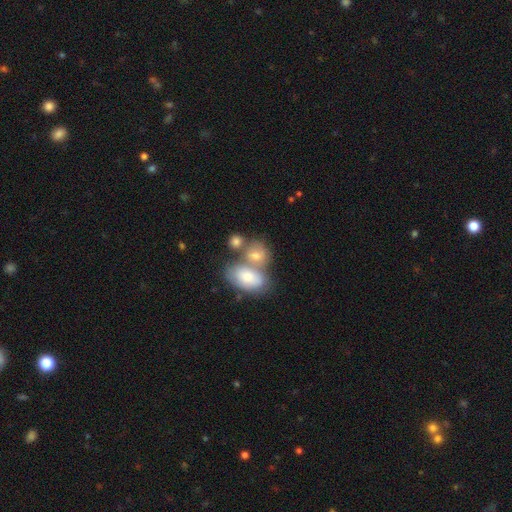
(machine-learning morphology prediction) A smooth galaxy with no disk features (71%) that is in between round and cigar-shaped (73%).

Vote fractions:
- Smooth or featured? smooth: 71% / featured or disk: 21% / star or artifact: 8%
- How rounded? in between: 73% / round: 25% / cigar-shaped: 2%
- Merging? merger: 53% / none: 32% / minor disturbance: 11% / major disturbance: 5%